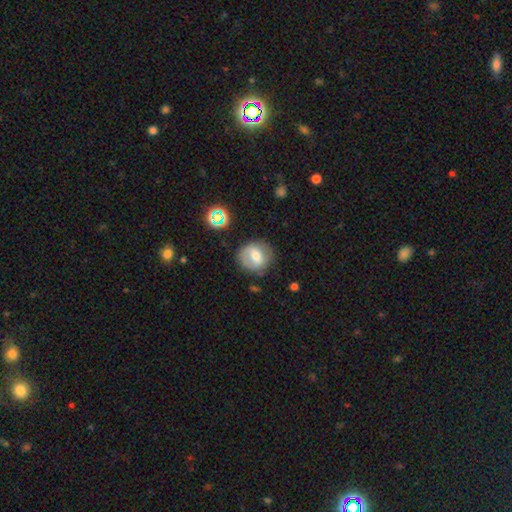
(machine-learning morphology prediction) A smooth galaxy with no disk features (56%) that is round (77%).

Vote fractions:
- Smooth or featured? smooth: 56% / featured or disk: 33% / star or artifact: 10%
- How rounded? round: 77% / in between: 22% / cigar-shaped: 1%
- Merging? none: 73% / minor disturbance: 18% / major disturbance: 6% / merger: 2%